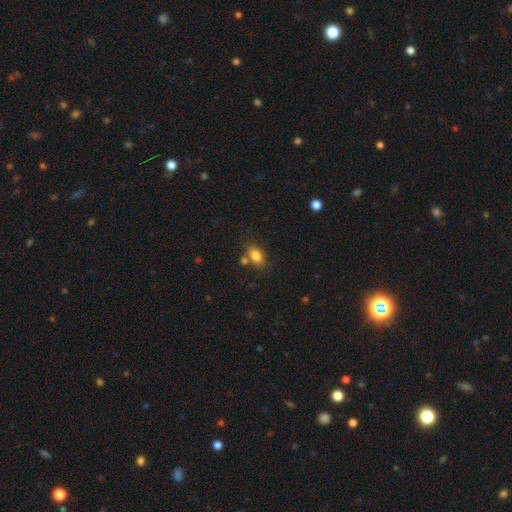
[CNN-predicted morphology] smooth-or-featured: smooth: 83% | star or artifact: 9% | featured or disk: 8%
  how-rounded: in between: 84% | round: 14% | cigar-shaped: 2%
  merging: none: 67% | merger: 16% | minor disturbance: 13% | major disturbance: 4%